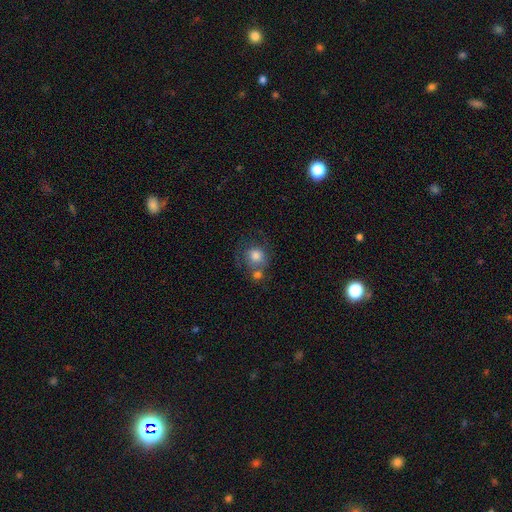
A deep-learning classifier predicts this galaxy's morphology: smooth 74%, featured or disk 17%, star or artifact 9%. Down the decision tree: how rounded — round (82%); merging — none (42%).